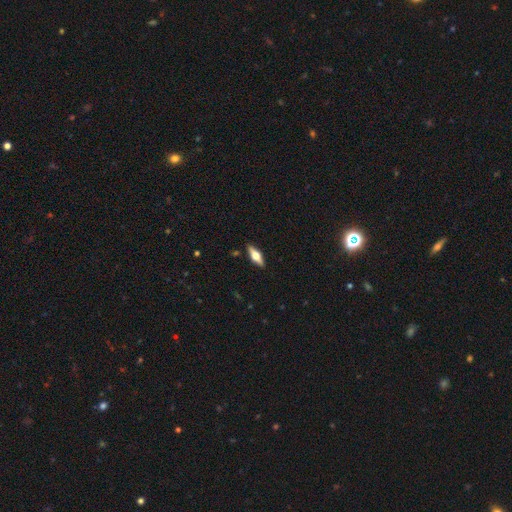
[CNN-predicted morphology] This appears to be a featured or disk galaxy (54%) viewed edge-on (92%). Merging: none (89%).